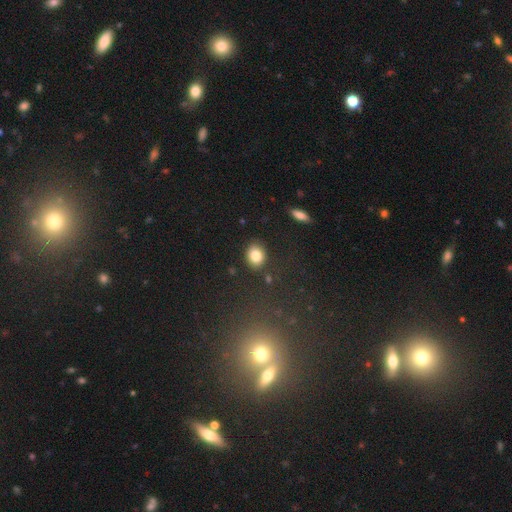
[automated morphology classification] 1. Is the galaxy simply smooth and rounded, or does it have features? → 83% smooth, 9% star or artifact, 8% featured or disk.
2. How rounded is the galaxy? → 53% round, 46% in between, 1% cigar-shaped.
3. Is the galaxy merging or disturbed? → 85% none, 10% minor disturbance, 3% merger, 3% major disturbance.